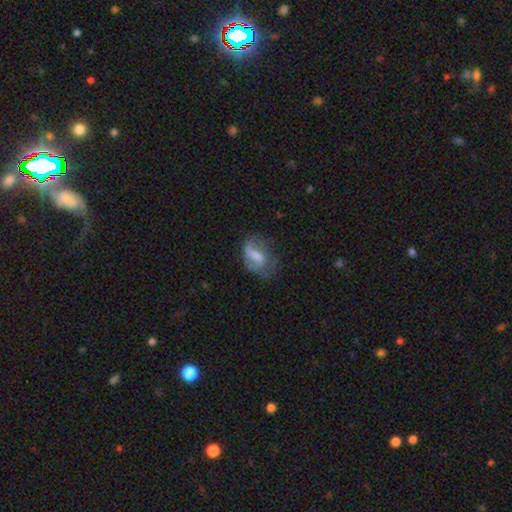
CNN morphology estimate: Q: Smooth or featured?
A: featured or disk (54%); runner-up: smooth (38%)
Q: Edge-on disk?
A: no (96%); runner-up: yes (4%)
Q: Bar?
A: weak (47%); runner-up: no (28%)
Q: Spiral arms?
A: yes (68%); runner-up: no (32%)
Q: Bulge size?
A: moderate (35%); runner-up: small (29%)
Q: Merging?
A: none (42%); runner-up: major disturbance (28%)